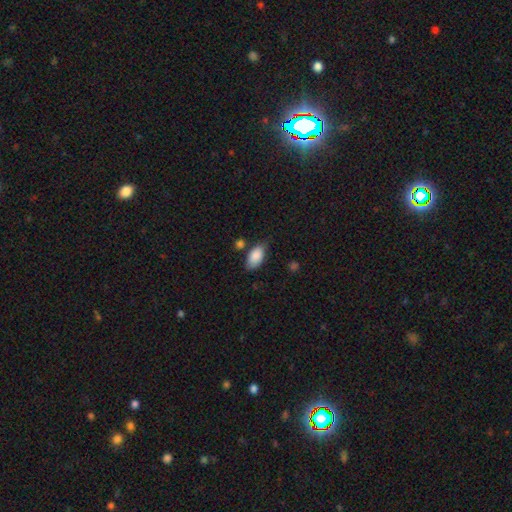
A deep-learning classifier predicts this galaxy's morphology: A smooth galaxy with no disk features (87%) that is in between round and cigar-shaped (93%).

Vote fractions:
- Smooth or featured? smooth: 87% / star or artifact: 7% / featured or disk: 7%
- How rounded? in between: 93% / round: 4% / cigar-shaped: 3%
- Merging? none: 63% / minor disturbance: 24% / merger: 7% / major disturbance: 6%